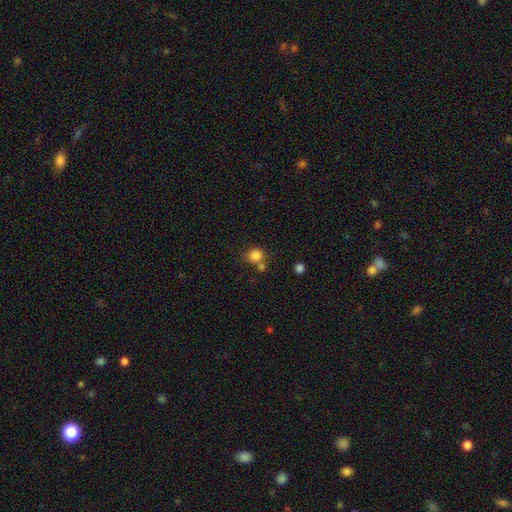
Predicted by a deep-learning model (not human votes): Morphology: type=smooth (83%); roundness=round (82%); merging=none (60%).